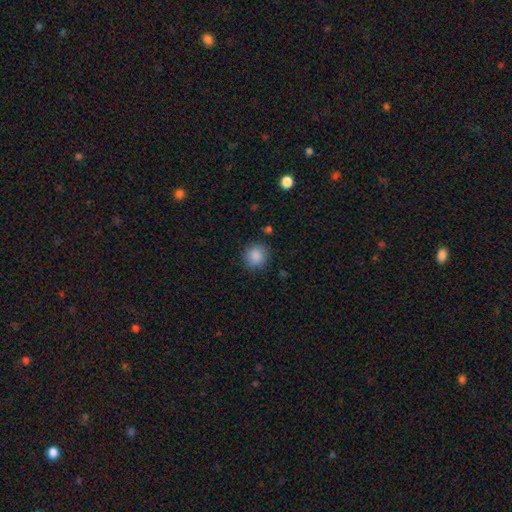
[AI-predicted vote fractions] Q: Smooth or featured?
A: smooth (87%); runner-up: star or artifact (9%)
Q: How rounded?
A: round (90%); runner-up: in between (9%)
Q: Merging?
A: none (87%); runner-up: minor disturbance (9%)